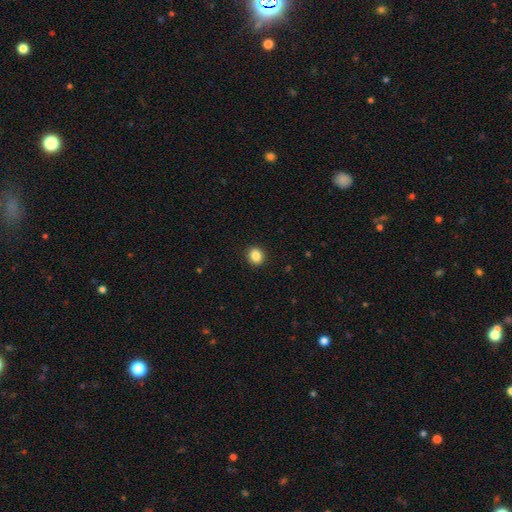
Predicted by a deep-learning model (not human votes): Smooth or featured? smooth (87%)
How rounded? round (75%)
Merging? none (91%)